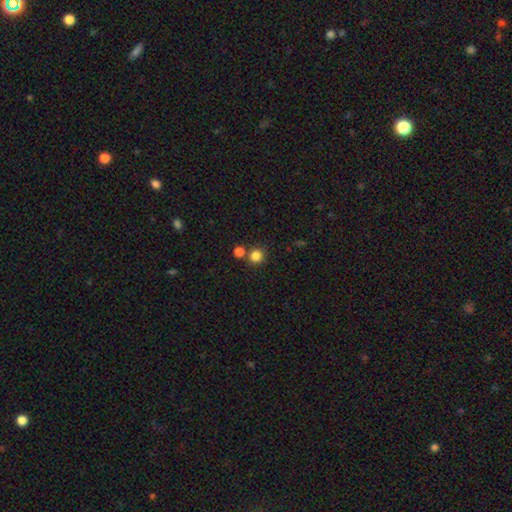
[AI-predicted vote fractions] Morphology: type=smooth (83%); roundness=round (91%); merging=none (73%).